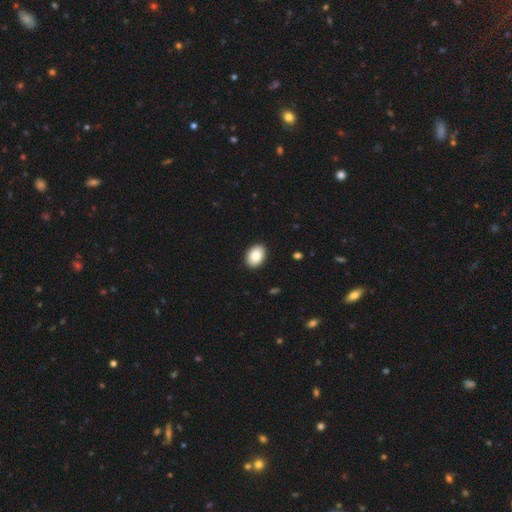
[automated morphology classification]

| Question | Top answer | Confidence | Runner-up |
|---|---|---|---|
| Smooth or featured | smooth | 87% | star or artifact (7%) |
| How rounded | in between | 83% | round (16%) |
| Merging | none | 91% | minor disturbance (6%) |